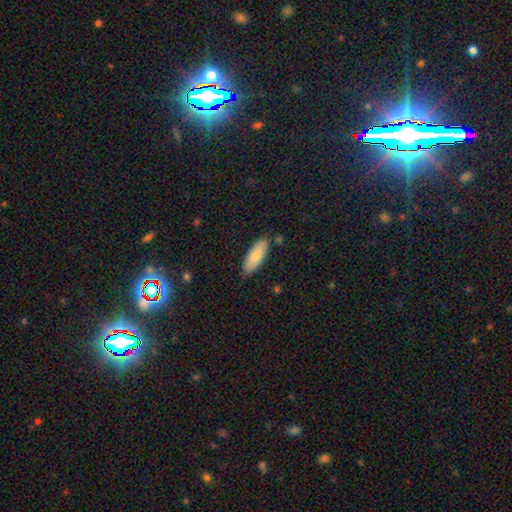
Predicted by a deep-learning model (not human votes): Smooth or featured? smooth (79%)
How rounded? in between (77%)
Merging? none (74%)